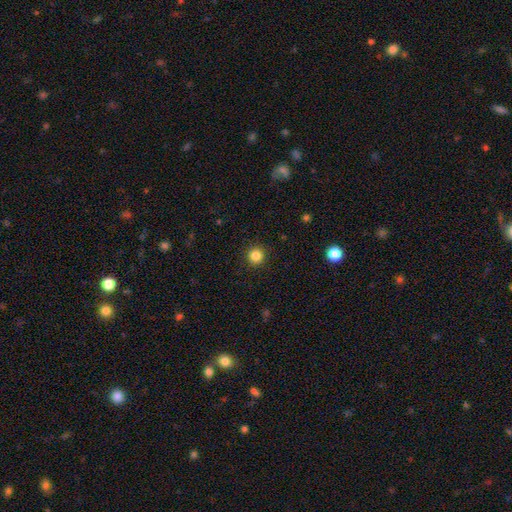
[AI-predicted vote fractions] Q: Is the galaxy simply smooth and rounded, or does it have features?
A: smooth — 85%.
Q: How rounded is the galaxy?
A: round — 95%.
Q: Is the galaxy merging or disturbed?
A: none — 92%.